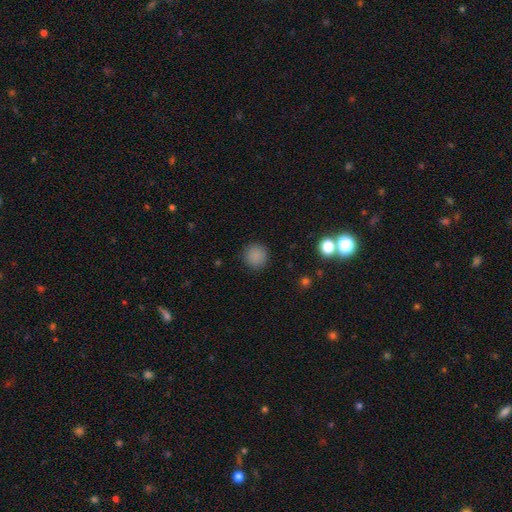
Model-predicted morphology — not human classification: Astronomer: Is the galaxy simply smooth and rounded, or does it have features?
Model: smooth — 86%.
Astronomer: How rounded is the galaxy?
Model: round — 93%.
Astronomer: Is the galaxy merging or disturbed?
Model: none — 90%.